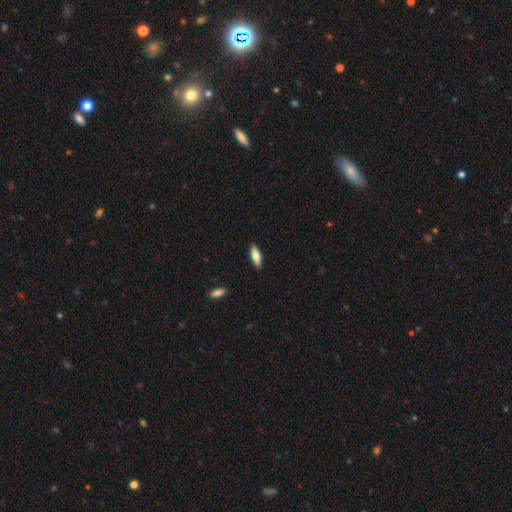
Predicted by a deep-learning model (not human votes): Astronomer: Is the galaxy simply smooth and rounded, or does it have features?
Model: smooth — 70%.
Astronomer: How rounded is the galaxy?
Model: in between — 55% (runner-up: cigar-shaped, 43%).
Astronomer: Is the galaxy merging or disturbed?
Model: none — 88%.